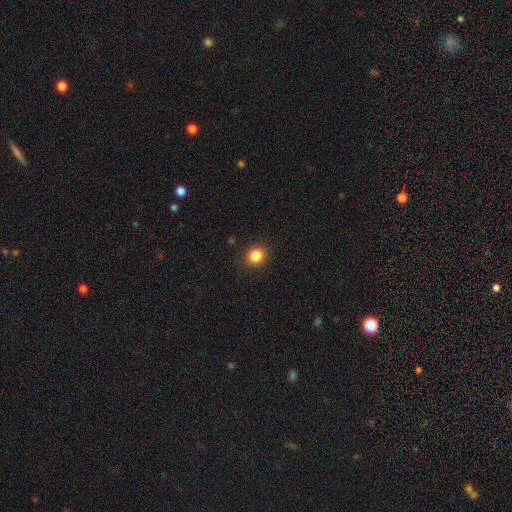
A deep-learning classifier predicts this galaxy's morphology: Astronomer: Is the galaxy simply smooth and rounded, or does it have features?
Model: smooth — 85%.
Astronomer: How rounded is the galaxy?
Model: round — 78%.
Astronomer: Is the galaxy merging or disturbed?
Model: none — 89%.